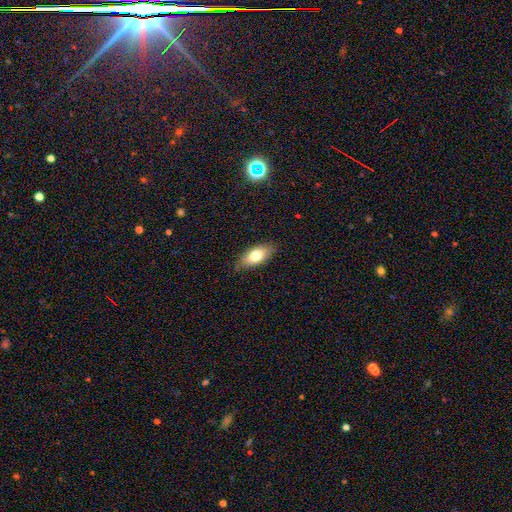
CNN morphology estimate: A smooth galaxy with no disk features (75%) that is in between round and cigar-shaped (88%).

Vote fractions:
- Smooth or featured? smooth: 75% / featured or disk: 18% / star or artifact: 7%
- How rounded? in between: 88% / cigar-shaped: 9% / round: 3%
- Merging? none: 83% / minor disturbance: 14% / major disturbance: 2% / merger: 1%